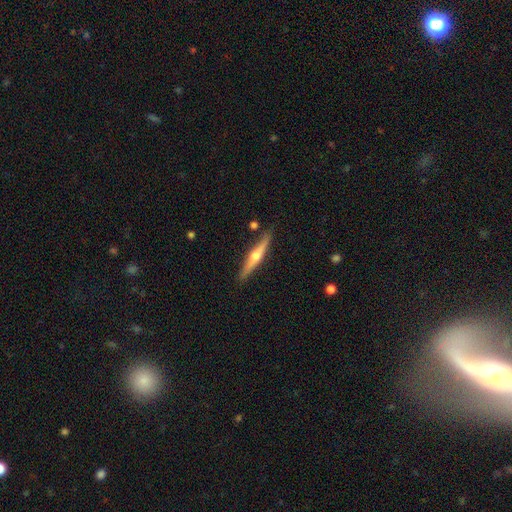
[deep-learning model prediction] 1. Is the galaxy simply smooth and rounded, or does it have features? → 66% featured or disk, 28% smooth, 6% star or artifact.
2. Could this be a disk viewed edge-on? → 97% yes, 3% no.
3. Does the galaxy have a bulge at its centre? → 91% rounded, 6% none, 3% boxy.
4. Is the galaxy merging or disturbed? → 87% none, 9% minor disturbance, 2% merger, 2% major disturbance.